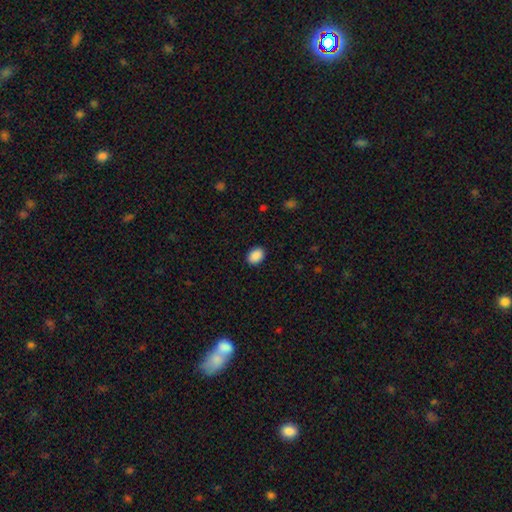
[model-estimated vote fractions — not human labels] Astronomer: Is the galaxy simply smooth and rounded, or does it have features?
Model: smooth — 90%.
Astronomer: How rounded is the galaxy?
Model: in between — 71%.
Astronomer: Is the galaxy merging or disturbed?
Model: none — 90%.